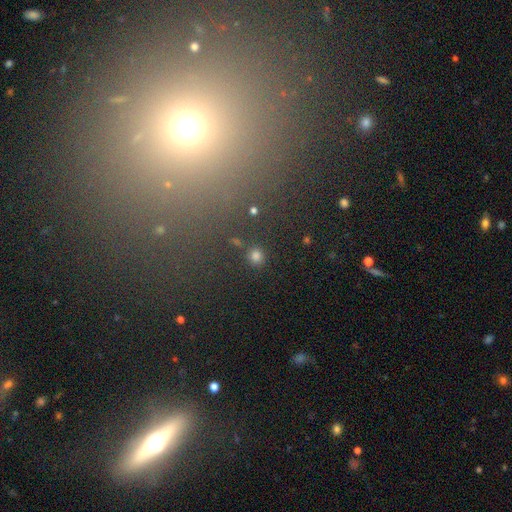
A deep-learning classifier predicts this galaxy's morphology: This appears to be a smooth galaxy with no disk features (78%) that is round (92%). Merging: none (87%).